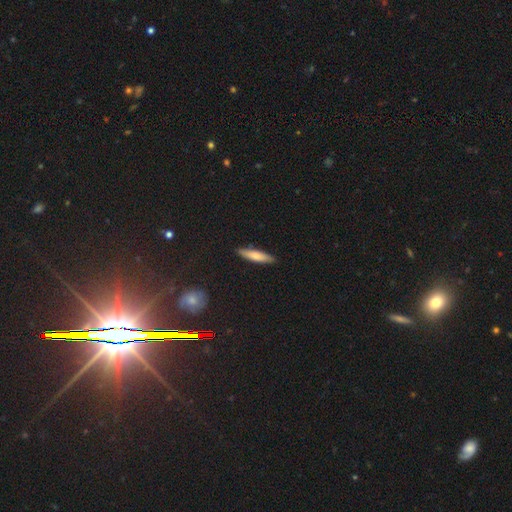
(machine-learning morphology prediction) A smooth galaxy with no disk features (72%) that is cigar-shaped (83%). Merging: none (88%).